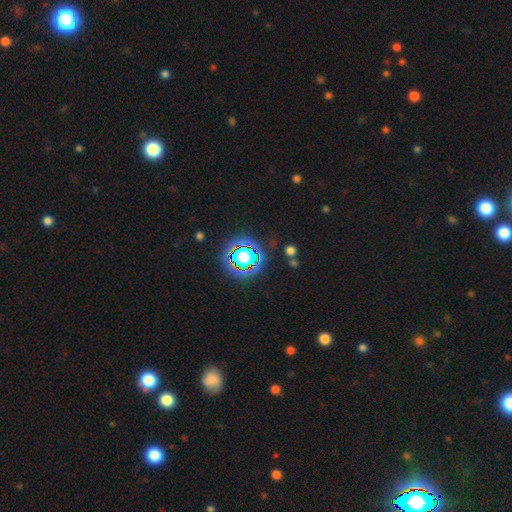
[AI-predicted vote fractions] This is clearly a star or artifact rather than a galaxy (80%).